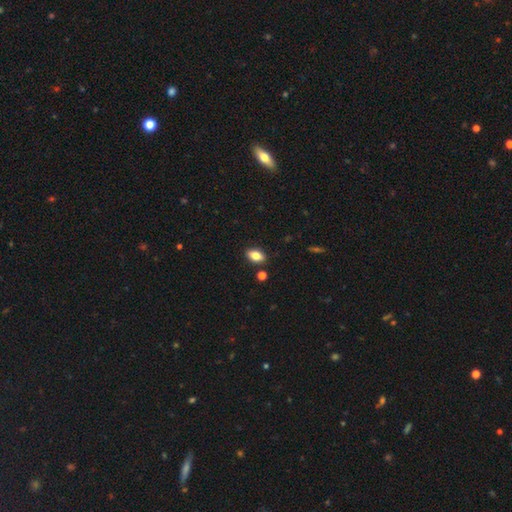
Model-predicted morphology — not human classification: Smooth or featured? smooth (82%)
How rounded? in between (90%)
Merging? none (87%)